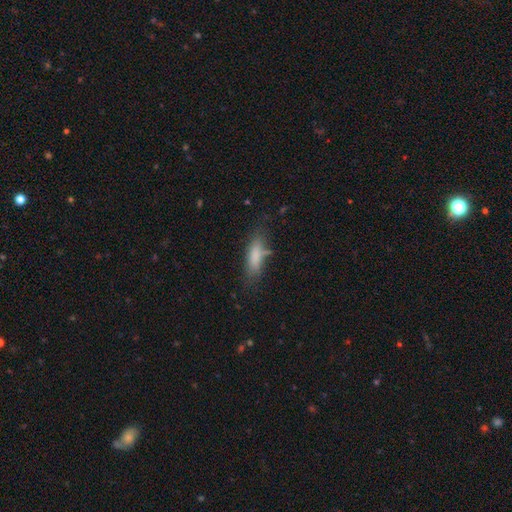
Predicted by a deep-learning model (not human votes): Overall: smooth (80%). How rounded: in between (53%; cigar-shaped 45%). Merging: none (64%).